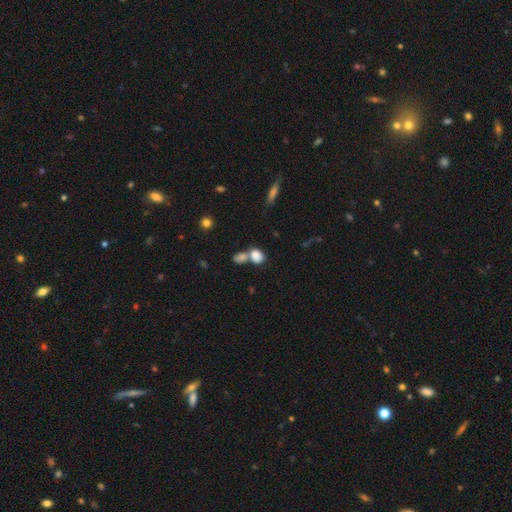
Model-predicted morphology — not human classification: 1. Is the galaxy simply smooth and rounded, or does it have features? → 82% smooth, 9% star or artifact, 9% featured or disk.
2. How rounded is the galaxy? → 69% in between, 29% round, 2% cigar-shaped.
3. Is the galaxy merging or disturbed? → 58% merger, 29% none, 8% minor disturbance, 5% major disturbance.